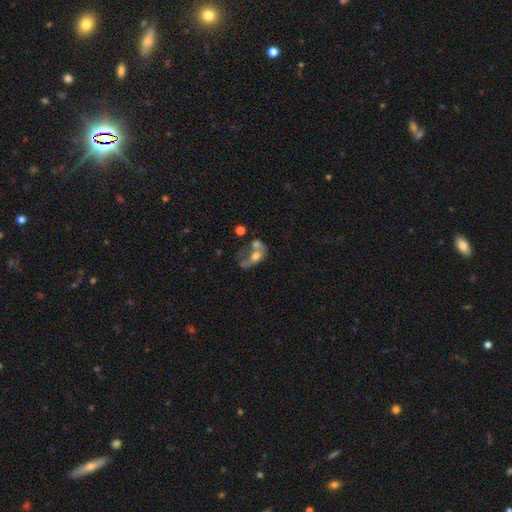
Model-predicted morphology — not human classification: This is marginally a smooth galaxy (45%). Merging: possibly merger (51%).